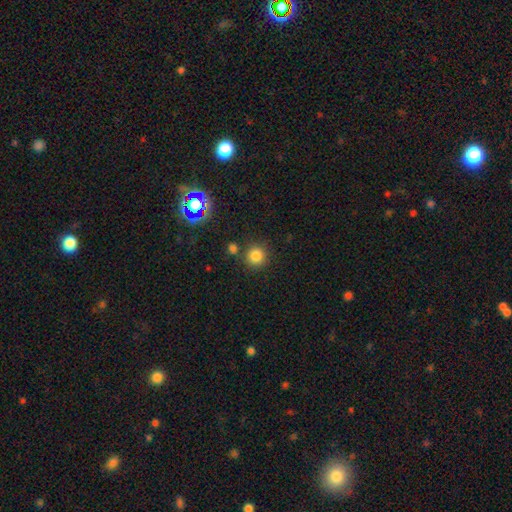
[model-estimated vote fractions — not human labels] Smooth or featured: smooth — 80% (star or artifact — 15%)
How rounded: round — 92% (in between — 7%)
Merging: none — 81% (minor disturbance — 8%)